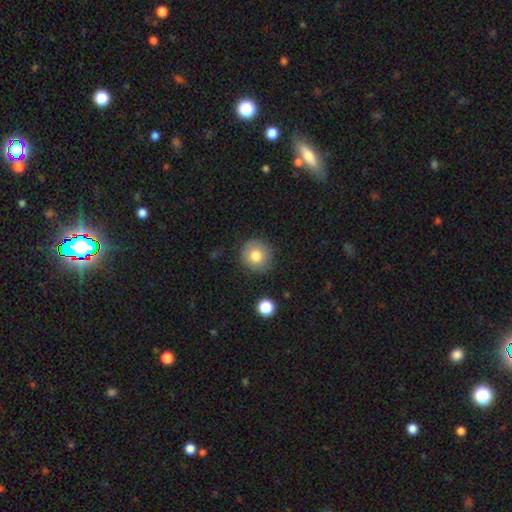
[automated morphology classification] This appears to be a smooth galaxy with no disk features (79%) that is round (93%). Merging: none (86%).